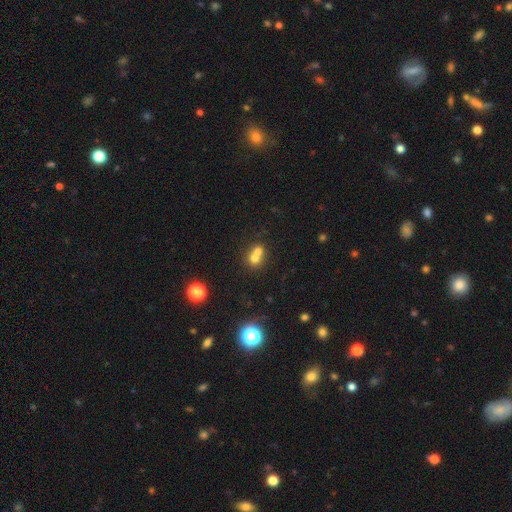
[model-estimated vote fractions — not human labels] Overall: smooth (67%). How rounded: round (74%). Merging: merger (66%; none 27%).